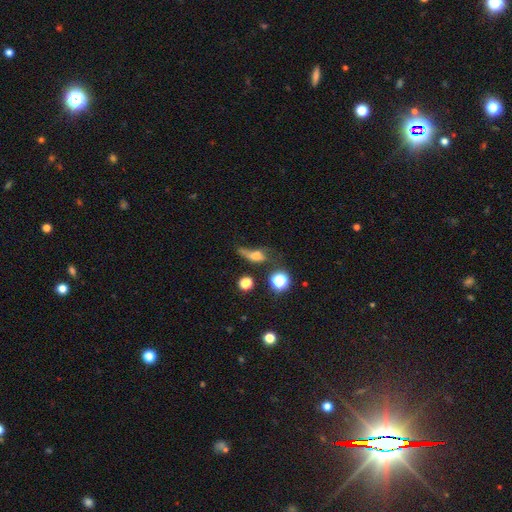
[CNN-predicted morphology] Smooth or featured?
  - smooth: 54% *
  - featured or disk: 28%
  - star or artifact: 18%
How rounded?
  - in between: 57% *
  - round: 24%
  - cigar-shaped: 20%
Merging?
  - major disturbance: 38% *
  - none: 26%
  - minor disturbance: 25%
  - merger: 11%